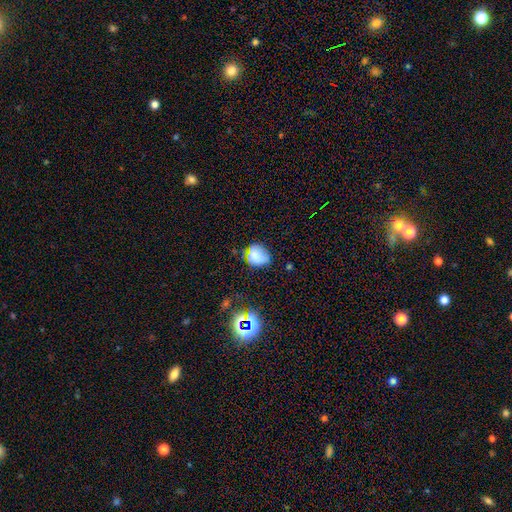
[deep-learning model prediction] Morphology: type=smooth (71%); roundness=round (51%); merging=none (61%).